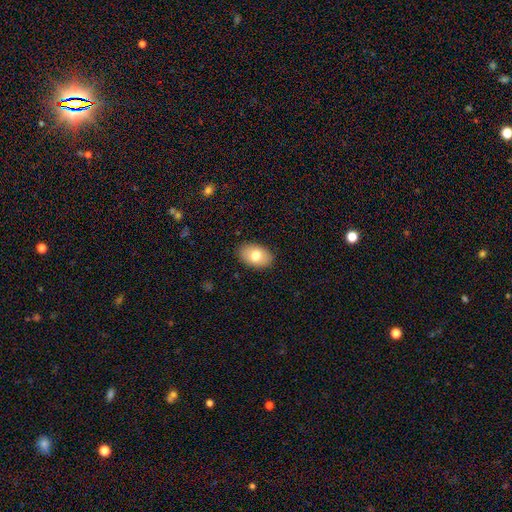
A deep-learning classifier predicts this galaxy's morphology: This is likely a smooth galaxy (76%). How rounded: clearly in between (89%). Merging: clearly none (89%).